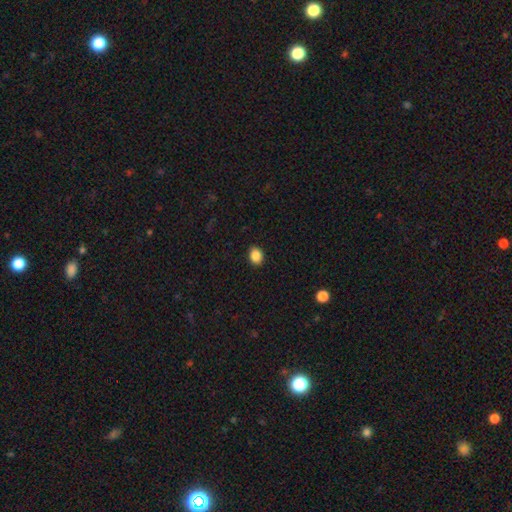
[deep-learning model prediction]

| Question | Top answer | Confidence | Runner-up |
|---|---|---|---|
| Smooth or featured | smooth | 88% | star or artifact (9%) |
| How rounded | in between | 61% | round (38%) |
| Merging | none | 90% | minor disturbance (7%) |